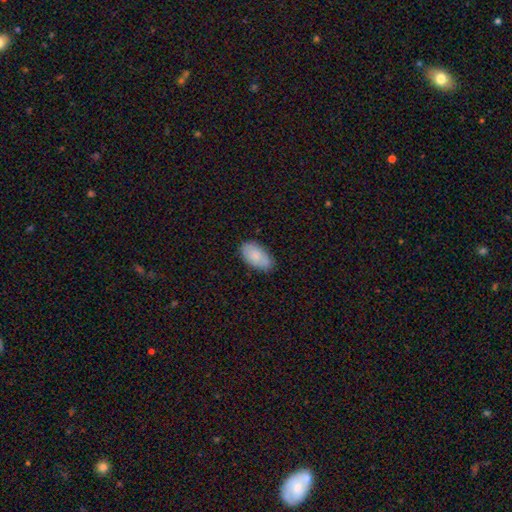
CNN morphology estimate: smooth 81%, featured or disk 12%, star or artifact 6%. Down the decision tree: how rounded — in between (95%); merging — none (76%).